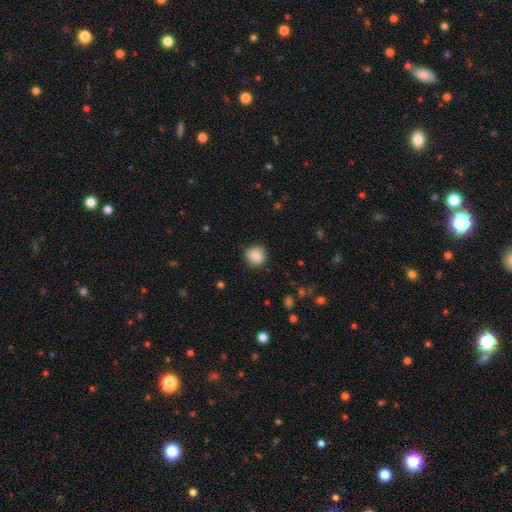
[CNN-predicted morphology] Q: Smooth or featured?
A: smooth (86%); runner-up: star or artifact (8%)
Q: How rounded?
A: round (87%); runner-up: in between (12%)
Q: Merging?
A: none (83%); runner-up: minor disturbance (13%)